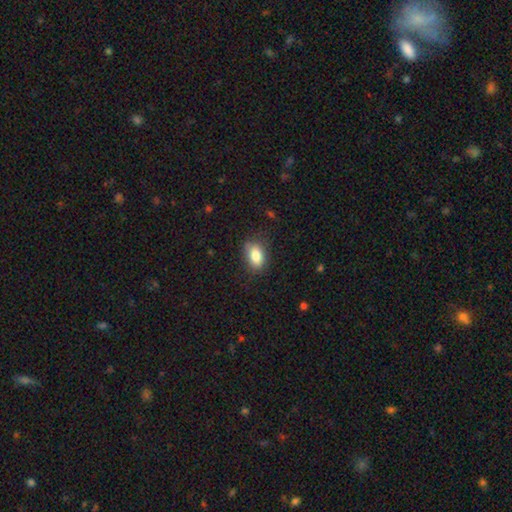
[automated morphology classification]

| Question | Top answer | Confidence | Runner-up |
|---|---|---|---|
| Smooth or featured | smooth | 83% | featured or disk (9%) |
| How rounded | in between | 87% | round (11%) |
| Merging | none | 77% | minor disturbance (17%) |